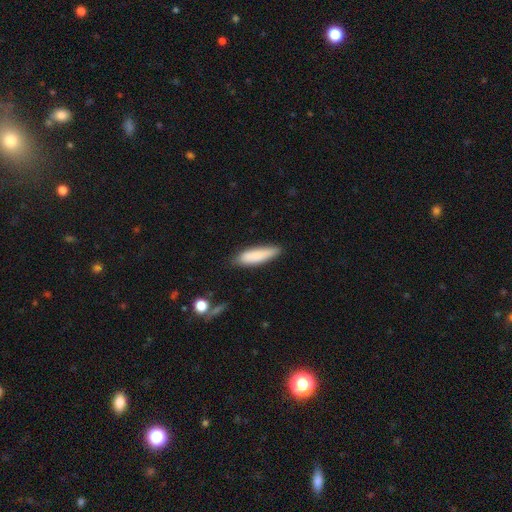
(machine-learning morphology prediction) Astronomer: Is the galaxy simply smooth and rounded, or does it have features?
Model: smooth — 84%.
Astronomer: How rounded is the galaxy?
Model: cigar-shaped — 66%.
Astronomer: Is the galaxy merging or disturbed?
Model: none — 80%.